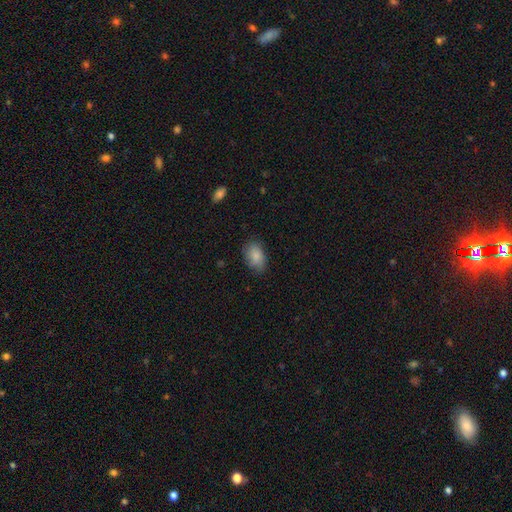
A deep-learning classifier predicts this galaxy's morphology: Smooth or featured?
  - smooth: 86% *
  - featured or disk: 8%
  - star or artifact: 7%
How rounded?
  - in between: 88% *
  - round: 11%
  - cigar-shaped: 2%
Merging?
  - none: 76% *
  - minor disturbance: 19%
  - major disturbance: 4%
  - merger: 1%